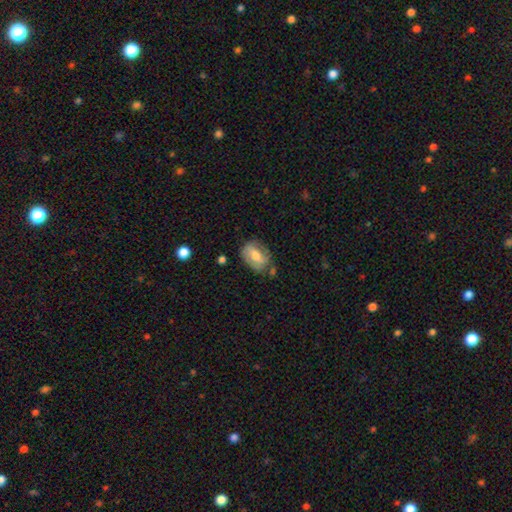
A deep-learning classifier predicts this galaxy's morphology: smooth-or-featured: smooth: 47% | featured or disk: 46% | star or artifact: 7%
  merging: none: 63% | minor disturbance: 24% | major disturbance: 8% | merger: 5%